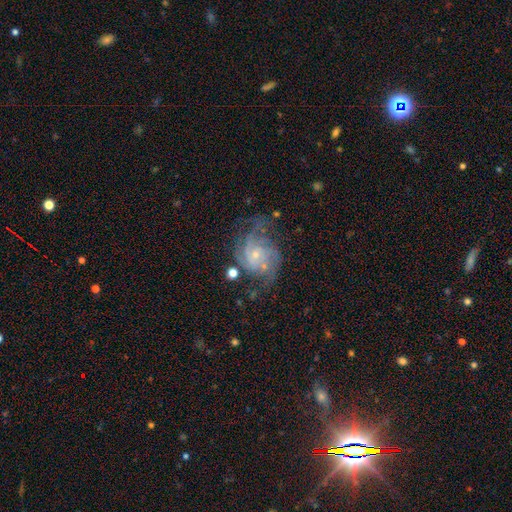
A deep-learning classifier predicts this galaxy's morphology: Q: Smooth or featured?
A: featured or disk (83%); runner-up: smooth (9%)
Q: Edge-on disk?
A: no (98%); runner-up: yes (2%)
Q: Bar?
A: no (71%); runner-up: weak (25%)
Q: Spiral arms?
A: yes (94%); runner-up: no (6%)
Q: Spiral winding?
A: tight (45%); runner-up: medium (40%)
Q: Spiral arm count?
A: can't tell (26%); runner-up: 3 (24%)
Q: Bulge size?
A: small (78%); runner-up: moderate (17%)
Q: Merging?
A: none (56%); runner-up: minor disturbance (21%)